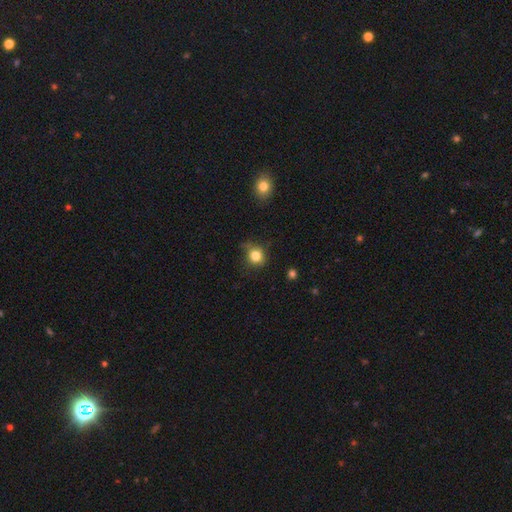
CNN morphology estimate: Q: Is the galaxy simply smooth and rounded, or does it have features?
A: smooth — 82%.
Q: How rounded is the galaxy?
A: round — 85%.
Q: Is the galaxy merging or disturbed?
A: none — 73%.